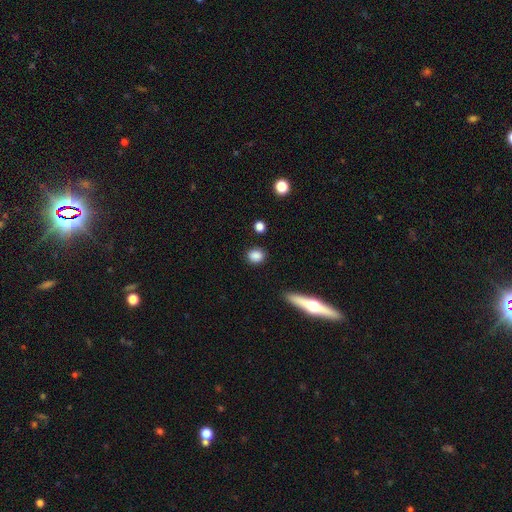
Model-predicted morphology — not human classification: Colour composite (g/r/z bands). It shows a smooth galaxy with no disk features (86%) that is round (69%). Merging: none (87%).